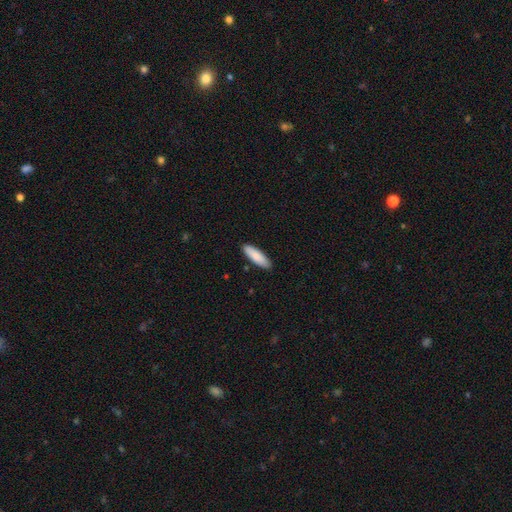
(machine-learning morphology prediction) Q: Smooth or featured?
A: smooth (87%); runner-up: featured or disk (8%)
Q: How rounded?
A: in between (50%); runner-up: cigar-shaped (49%)
Q: Merging?
A: none (89%); runner-up: minor disturbance (8%)